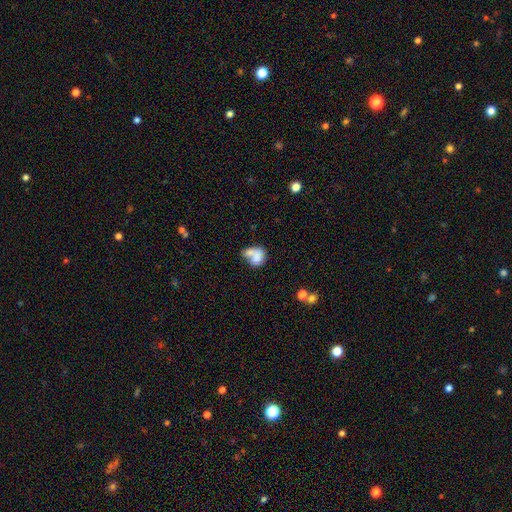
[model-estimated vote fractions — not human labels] This is likely a smooth galaxy (71%). How rounded: likely in between (66%). Merging: possibly merger (58%).